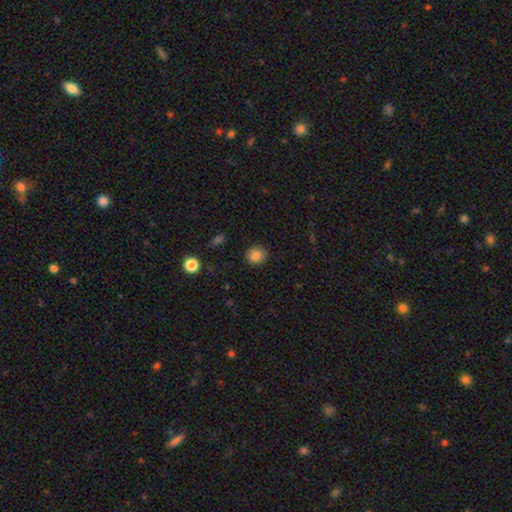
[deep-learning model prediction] smooth 84%, star or artifact 10%, featured or disk 6%. Down the decision tree: how rounded — round (81%); merging — none (88%).